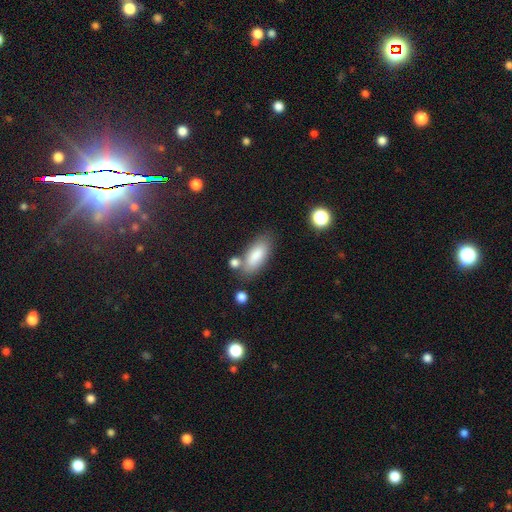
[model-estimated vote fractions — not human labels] Smooth or featured: smooth — 84% (featured or disk — 10%)
How rounded: in between — 82% (cigar-shaped — 16%)
Merging: none — 67% (minor disturbance — 15%)